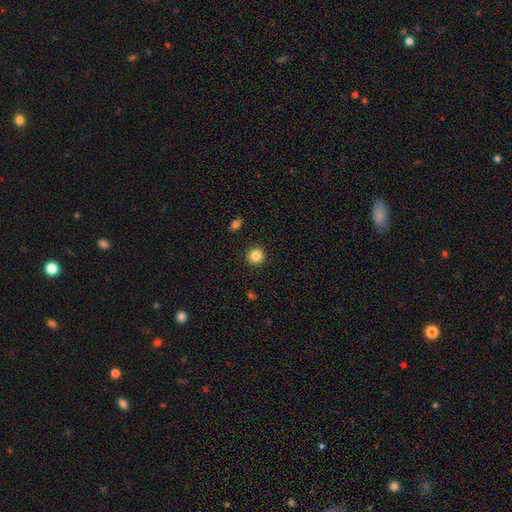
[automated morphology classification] smooth 85%, star or artifact 10%, featured or disk 5%. Down the decision tree: how rounded — round (93%); merging — none (92%).